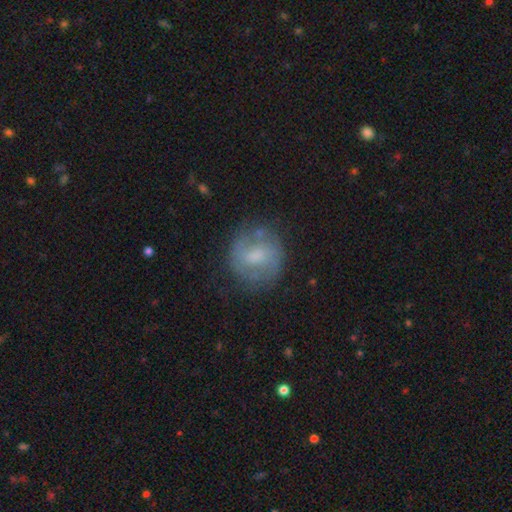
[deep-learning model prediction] This is possibly a featured or disk galaxy (58%). It is clearly not viewed edge-on (97%). Bar: possibly weak (52%). Spiral arm pattern: likely yes (78%). Central bulge: marginally moderate (41%). Merging: likely none (74%).